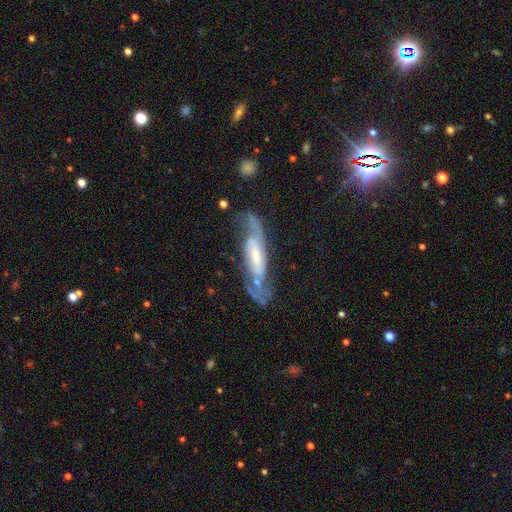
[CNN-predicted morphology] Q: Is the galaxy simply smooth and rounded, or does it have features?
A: featured or disk — 83%.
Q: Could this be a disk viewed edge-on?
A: no — 81%.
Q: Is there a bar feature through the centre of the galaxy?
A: weak — 43%.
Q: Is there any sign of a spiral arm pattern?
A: yes — 93%.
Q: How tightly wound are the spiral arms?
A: medium — 46%.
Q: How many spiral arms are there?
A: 2 — 72%.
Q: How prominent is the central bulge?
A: moderate — 42%.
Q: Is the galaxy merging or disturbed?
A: none — 59%.